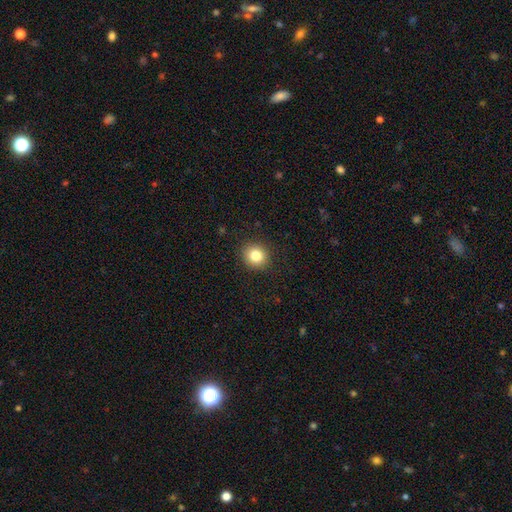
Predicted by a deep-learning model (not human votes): A smooth galaxy with no disk features (82%) that is round (84%).

Vote fractions:
- Smooth or featured? smooth: 82% / star or artifact: 11% / featured or disk: 7%
- How rounded? round: 84% / in between: 15% / cigar-shaped: 1%
- Merging? none: 90% / minor disturbance: 6% / major disturbance: 2% / merger: 1%